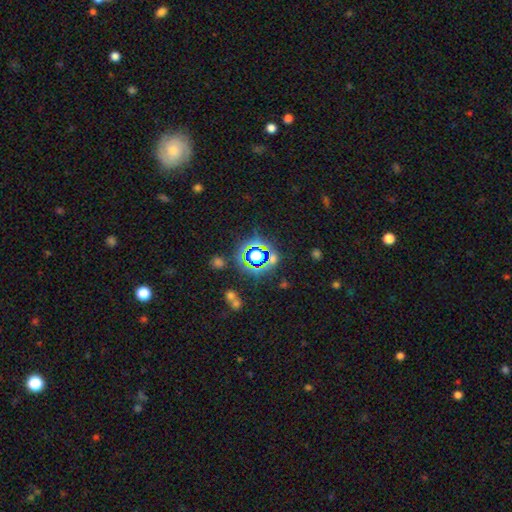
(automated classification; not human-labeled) Morphology: type=star or artifact (61%).